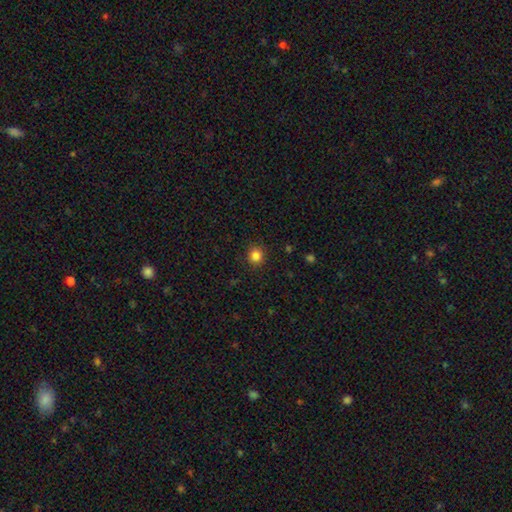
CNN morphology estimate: smooth_or_featured: smooth (p=0.84) [alt: star or artifact p=0.12]
how_rounded: round (p=0.89) [alt: in between p=0.10]
merging: none (p=0.90) [alt: minor disturbance p=0.06]